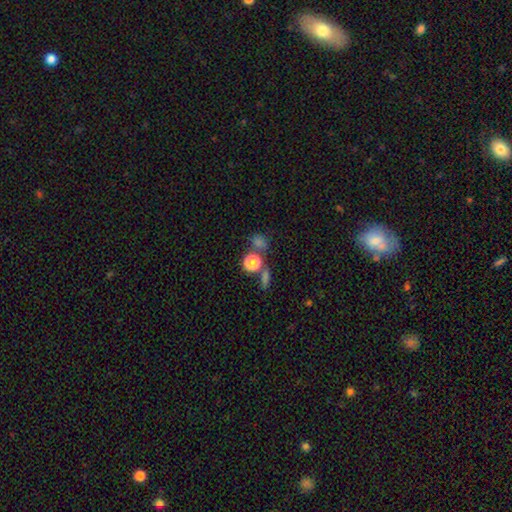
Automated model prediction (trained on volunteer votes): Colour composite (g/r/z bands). It shows a star or artifact, not a galaxy (42%).